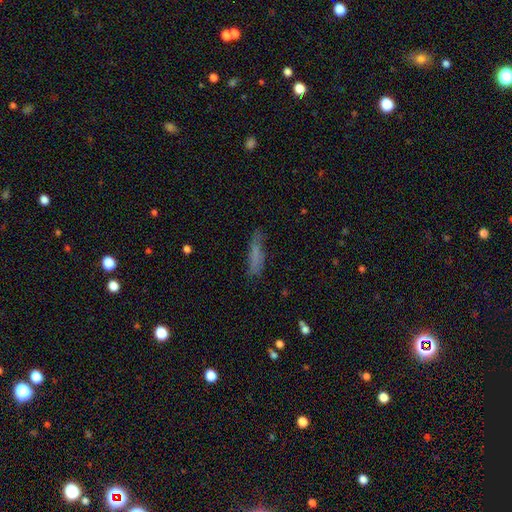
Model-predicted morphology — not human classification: Smooth or featured? Predicted: smooth (p=0.65). How rounded? Predicted: cigar-shaped (p=0.77). Merging? Predicted: none (p=0.64).